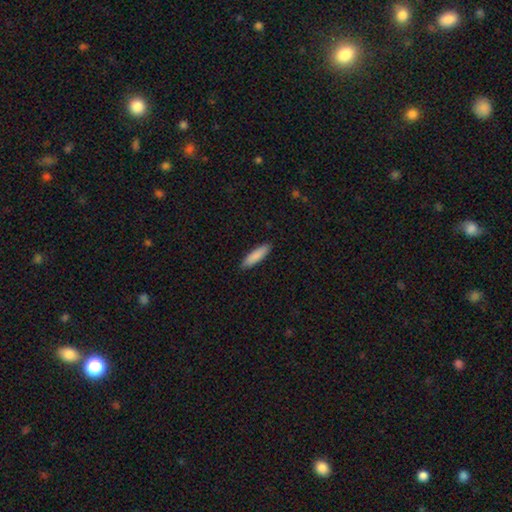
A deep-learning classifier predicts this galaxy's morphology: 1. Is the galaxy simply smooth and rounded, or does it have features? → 87% smooth, 8% featured or disk, 6% star or artifact.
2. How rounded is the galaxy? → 72% cigar-shaped, 26% in between, 1% round.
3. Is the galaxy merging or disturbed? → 90% none, 8% minor disturbance, 2% major disturbance, 1% merger.